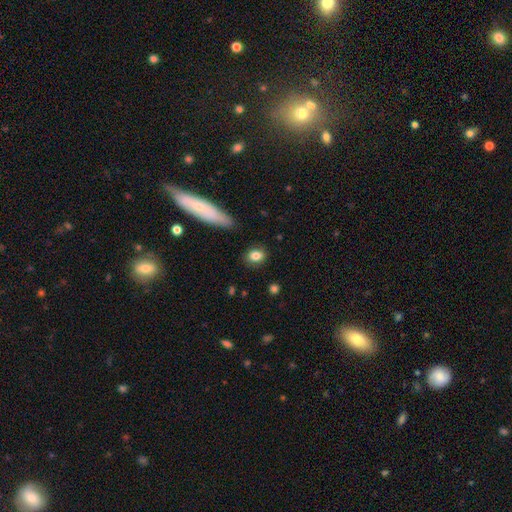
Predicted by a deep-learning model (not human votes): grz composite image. It shows a smooth galaxy with no disk features (83%) that is in between round and cigar-shaped (58%). Merging: none (86%).